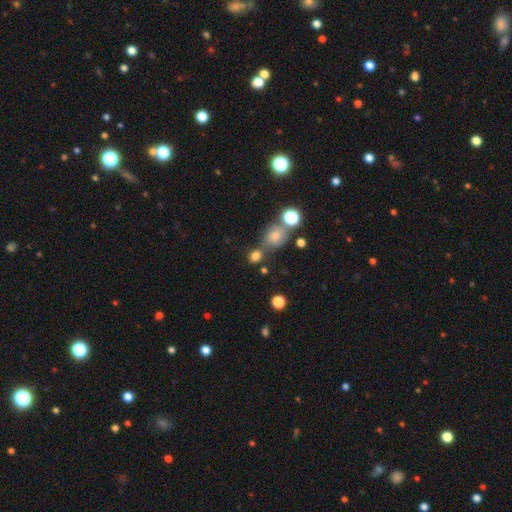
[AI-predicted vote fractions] Morphology: type=smooth (74%); roundness=round (72%); merging=none (61%).